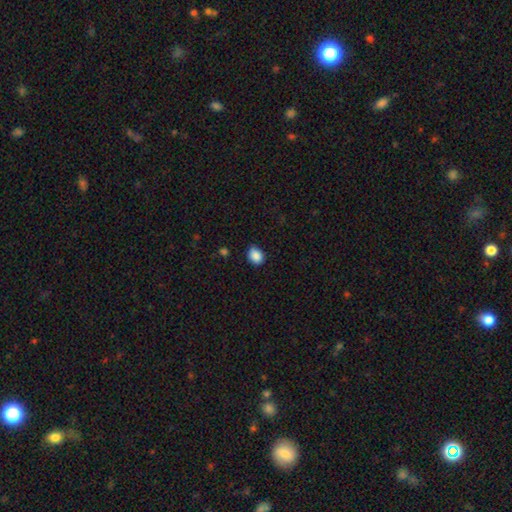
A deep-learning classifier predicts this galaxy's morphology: A smooth galaxy with no disk features (88%) that is in between round and cigar-shaped (55%).

Vote fractions:
- Smooth or featured? smooth: 88% / star or artifact: 9% / featured or disk: 3%
- How rounded? in between: 55% / round: 44% / cigar-shaped: 1%
- Merging? none: 82% / minor disturbance: 15% / major disturbance: 2% / merger: 1%